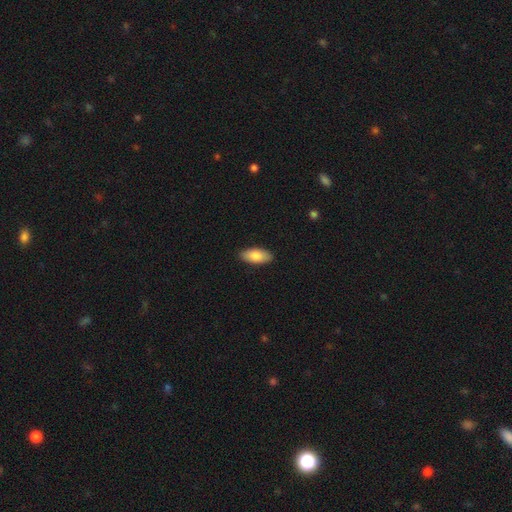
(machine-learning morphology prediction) A smooth galaxy with no disk features (82%) that is in between round and cigar-shaped (87%). Merging: none (89%).